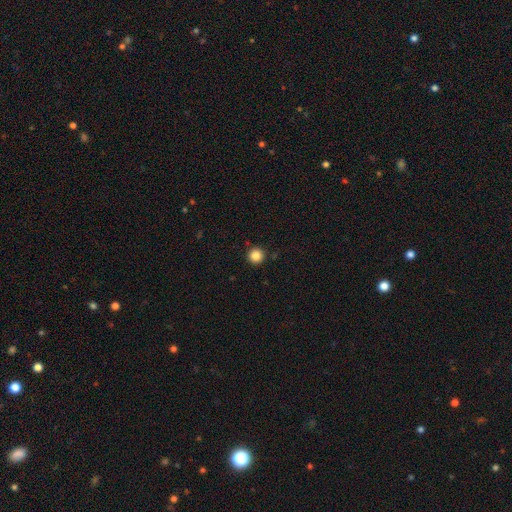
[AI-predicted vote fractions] A smooth galaxy with no disk features (85%) that is round (96%). Merging: none (91%).